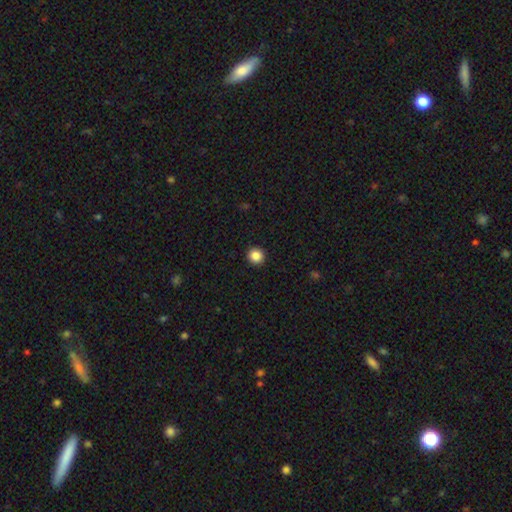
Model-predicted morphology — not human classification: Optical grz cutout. It shows a smooth galaxy with no disk features (87%) that is round (94%). Merging: none (93%).